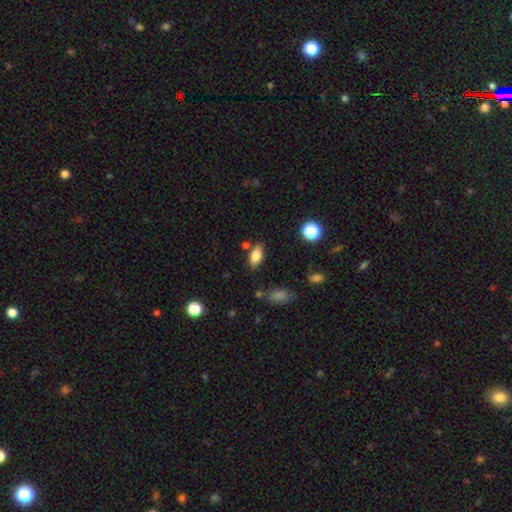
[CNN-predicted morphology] Smooth or featured? Predicted: smooth (p=0.81). How rounded? Predicted: in between (p=0.89). Merging? Predicted: none (p=0.75).